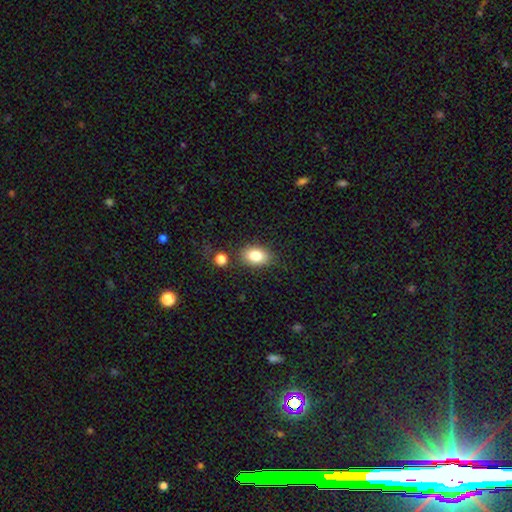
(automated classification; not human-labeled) This appears to be a smooth galaxy with no disk features (83%) that is in between round and cigar-shaped (79%). Merging: none (79%).